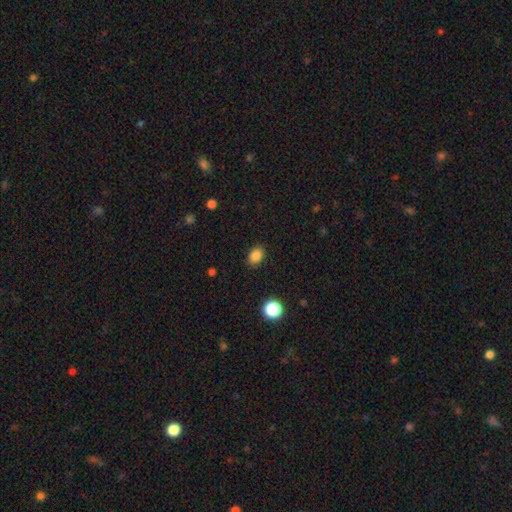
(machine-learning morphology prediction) Smooth or featured? Predicted: smooth (p=0.85). How rounded? Predicted: in between (p=0.66). Merging? Predicted: none (p=0.87).